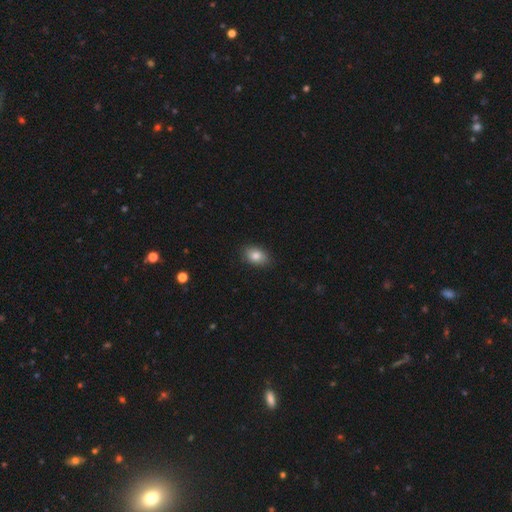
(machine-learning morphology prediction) A smooth galaxy with no disk features (84%) that is in between round and cigar-shaped (83%). Merging: none (86%).